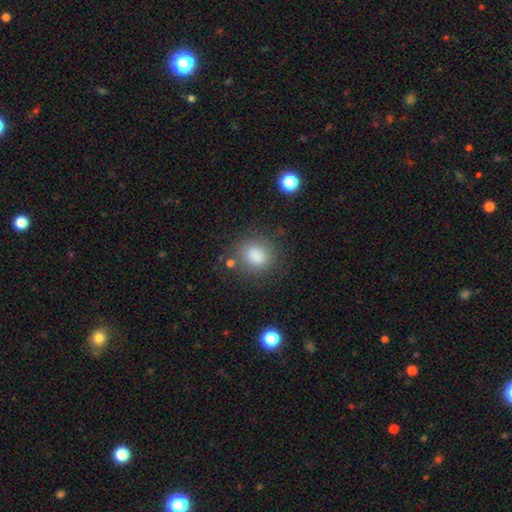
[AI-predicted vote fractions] A smooth galaxy with no disk features (84%) that is round (78%).

Vote fractions:
- Smooth or featured? smooth: 84% / star or artifact: 10% / featured or disk: 5%
- How rounded? round: 78% / in between: 21% / cigar-shaped: 1%
- Merging? none: 79% / minor disturbance: 12% / major disturbance: 5% / merger: 4%